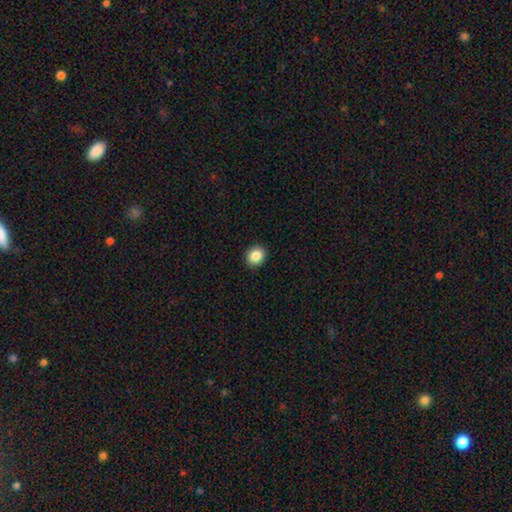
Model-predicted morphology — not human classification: type=smooth (86%); roundness=round (74%); merging=none (92%).